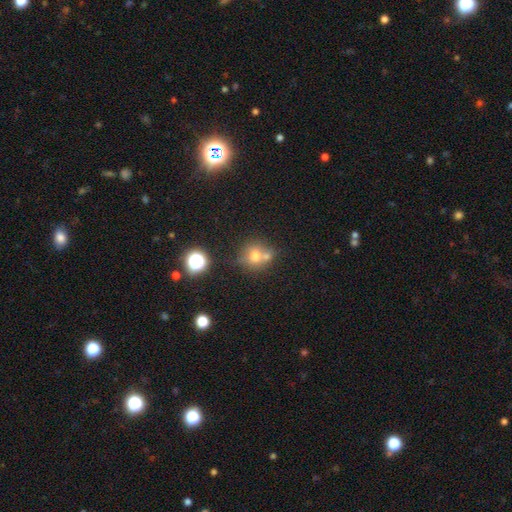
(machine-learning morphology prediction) Overall: smooth (67%). How rounded: round (83%). Merging: none (50%; merger 36%).